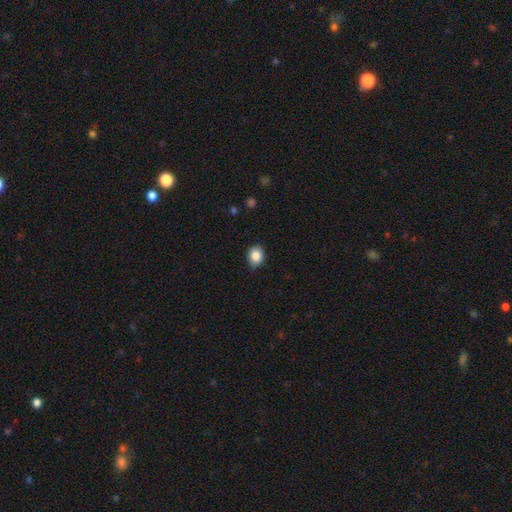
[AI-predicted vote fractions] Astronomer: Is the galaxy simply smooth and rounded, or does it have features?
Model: smooth — 86%.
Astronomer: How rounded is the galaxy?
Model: in between — 56% (runner-up: round, 43%).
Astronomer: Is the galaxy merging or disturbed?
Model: none — 84%.